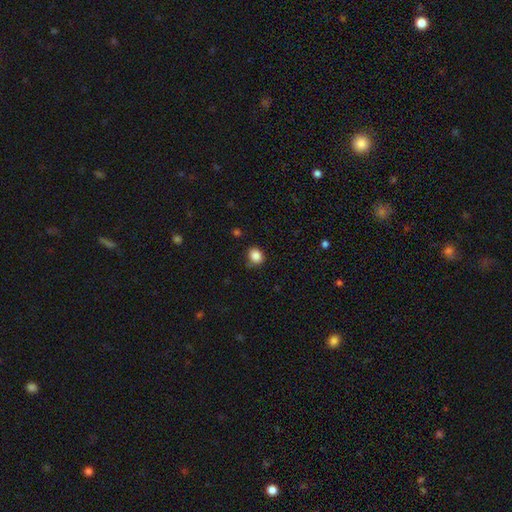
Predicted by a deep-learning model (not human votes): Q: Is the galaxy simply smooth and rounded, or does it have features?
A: smooth — 86%.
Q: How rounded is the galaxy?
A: round — 70%.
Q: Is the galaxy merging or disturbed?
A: none — 73%.